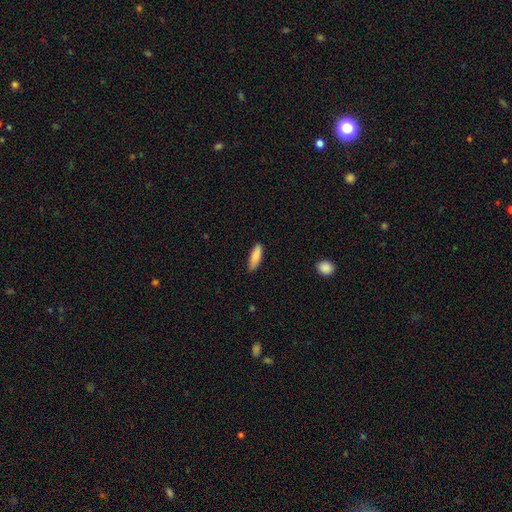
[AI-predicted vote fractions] smooth_or_featured: smooth (p=0.87) [alt: featured or disk p=0.07]
how_rounded: cigar-shaped (p=0.51) [alt: in between p=0.47]
merging: none (p=0.83) [alt: minor disturbance p=0.14]